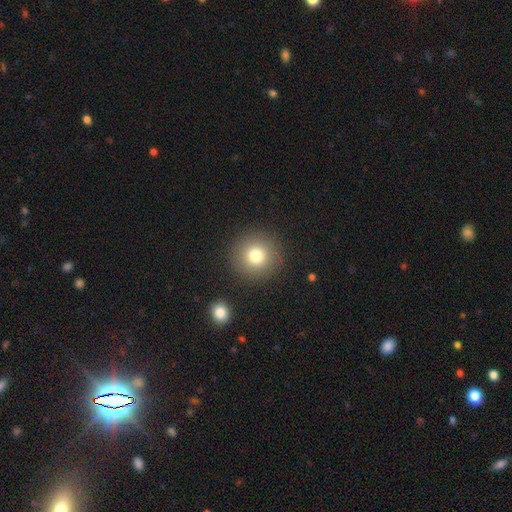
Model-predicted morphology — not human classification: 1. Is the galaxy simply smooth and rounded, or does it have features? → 78% smooth, 12% star or artifact, 10% featured or disk.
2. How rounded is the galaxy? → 95% round, 4% in between, 1% cigar-shaped.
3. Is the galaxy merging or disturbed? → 89% none, 6% minor disturbance, 3% major disturbance, 2% merger.